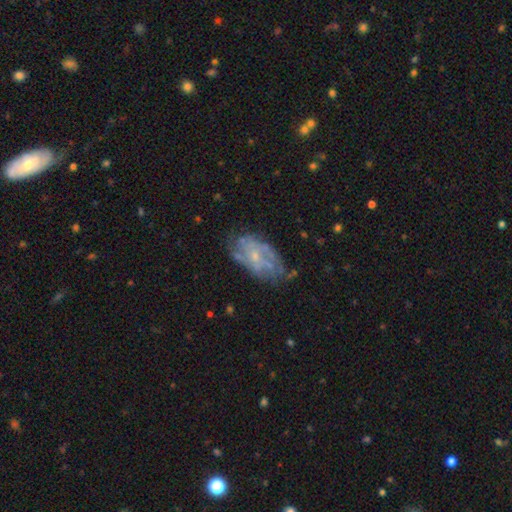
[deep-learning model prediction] featured or disk 68%, smooth 24%, star or artifact 9%. Down the decision tree: edge-on disk — no (95%); bar — no (70%); spiral arms — yes (66%); bulge size — small (69%); merging — none (59%).